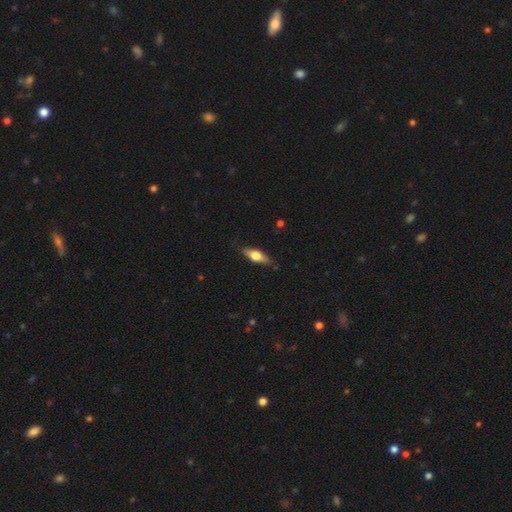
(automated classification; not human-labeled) This is possibly a smooth galaxy (54%). How rounded: possibly in between (58%). Merging: clearly none (83%).